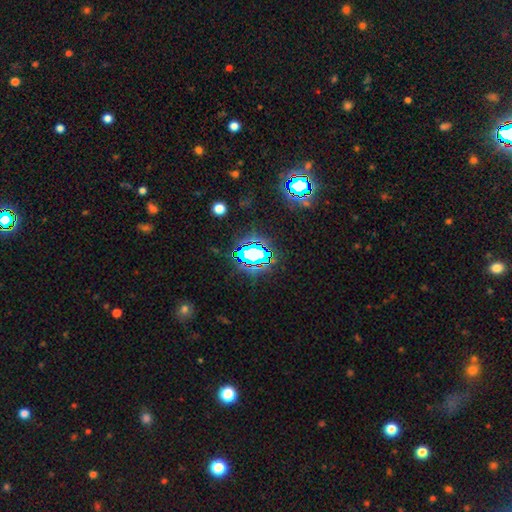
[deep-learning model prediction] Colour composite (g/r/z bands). It shows a star or artifact, not a galaxy (68%).